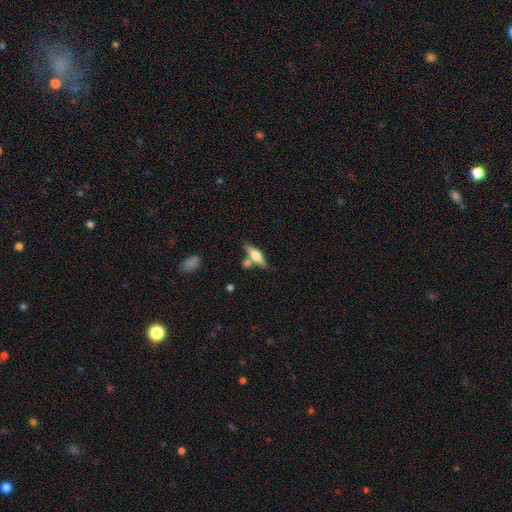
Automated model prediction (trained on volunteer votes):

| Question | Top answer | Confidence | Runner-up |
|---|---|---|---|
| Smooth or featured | featured or disk | 50% | smooth (43%) |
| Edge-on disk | yes | 92% | no (8%) |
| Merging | none | 63% | merger (20%) |